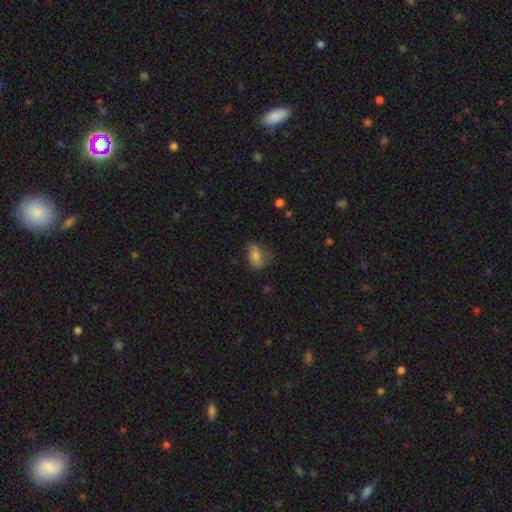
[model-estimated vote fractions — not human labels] smooth 67%, featured or disk 23%, star or artifact 11%. Down the decision tree: how rounded — in between (78%); merging — none (46%).